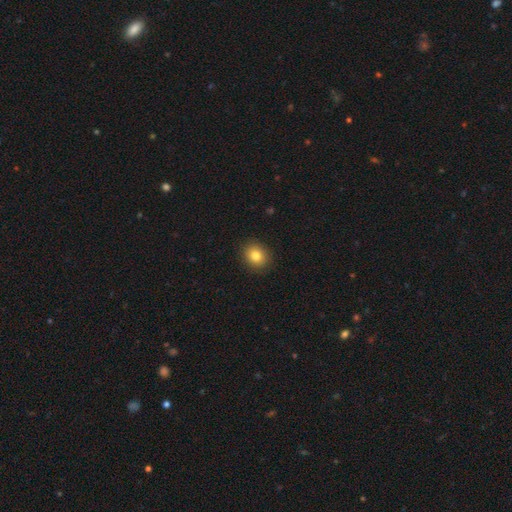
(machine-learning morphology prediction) smooth 83%, star or artifact 10%, featured or disk 7%. Down the decision tree: how rounded — round (70%); merging — none (91%).